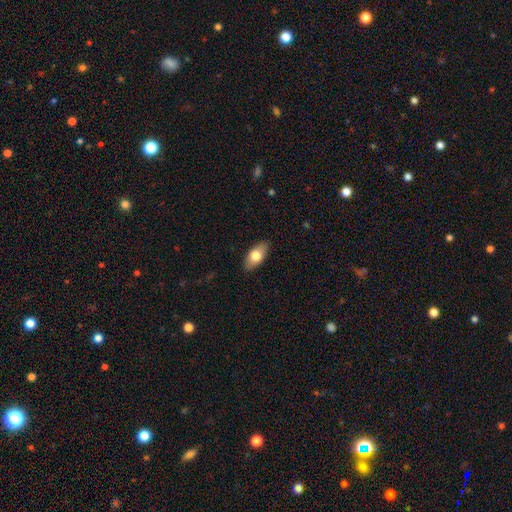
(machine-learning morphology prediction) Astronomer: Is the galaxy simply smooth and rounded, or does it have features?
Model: smooth — 73%.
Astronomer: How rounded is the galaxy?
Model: in between — 89%.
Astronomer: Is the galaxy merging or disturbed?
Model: none — 88%.